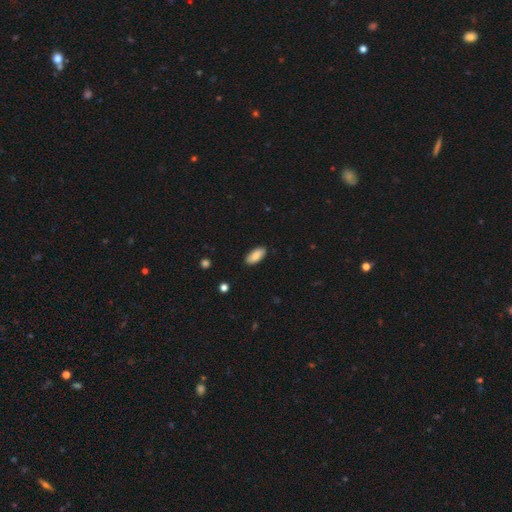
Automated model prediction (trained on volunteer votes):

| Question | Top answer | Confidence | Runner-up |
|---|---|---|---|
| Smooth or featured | smooth | 82% | featured or disk (11%) |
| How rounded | in between | 90% | cigar-shaped (8%) |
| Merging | none | 88% | minor disturbance (9%) |